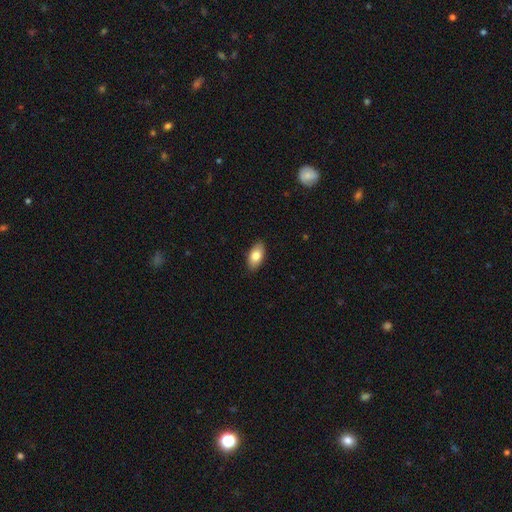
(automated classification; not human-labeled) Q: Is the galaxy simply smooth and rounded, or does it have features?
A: smooth — 80%.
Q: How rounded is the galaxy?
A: in between — 93%.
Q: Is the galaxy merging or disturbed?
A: none — 89%.